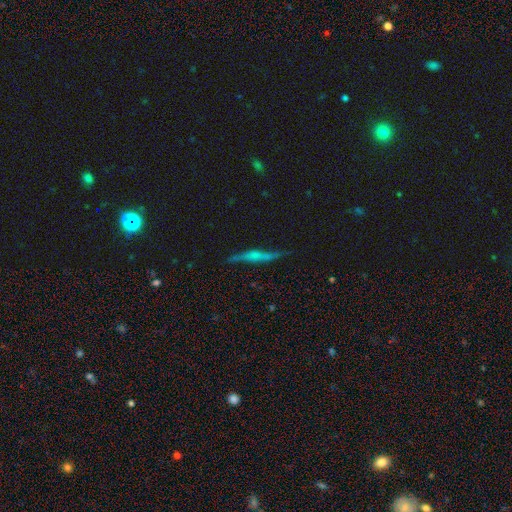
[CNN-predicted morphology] Smooth or featured? Predicted: featured or disk (p=0.61). Edge-on disk? Predicted: yes (p=0.89). Edge-on bulge? Predicted: rounded (p=0.53). Merging? Predicted: none (p=0.75).